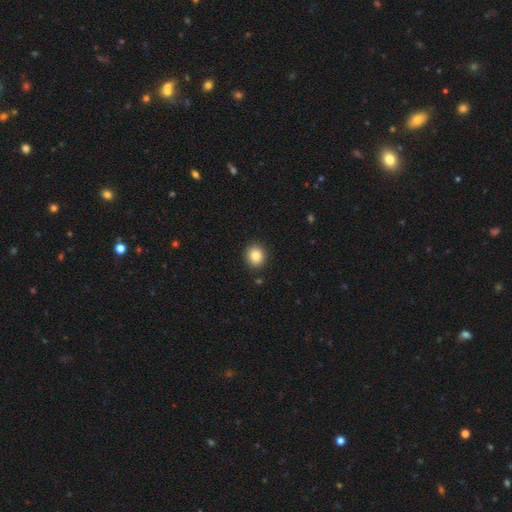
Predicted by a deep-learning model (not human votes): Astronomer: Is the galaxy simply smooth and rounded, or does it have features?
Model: smooth — 84%.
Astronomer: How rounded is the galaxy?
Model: round — 77%.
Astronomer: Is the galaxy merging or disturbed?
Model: none — 90%.